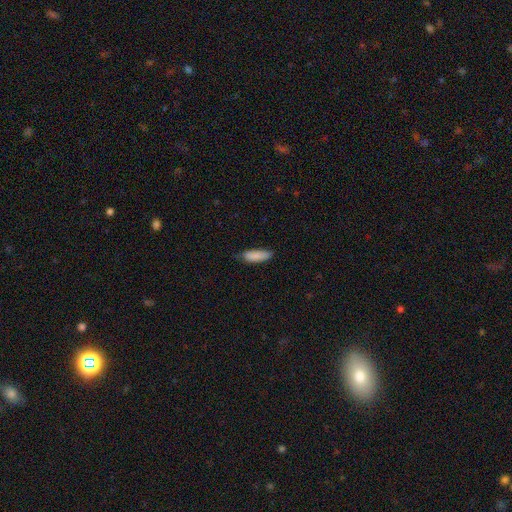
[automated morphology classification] smooth_or_featured: smooth (p=0.86) [alt: featured or disk p=0.07]
how_rounded: in between (p=0.53) [alt: cigar-shaped p=0.46]
merging: none (p=0.71) [alt: minor disturbance p=0.25]